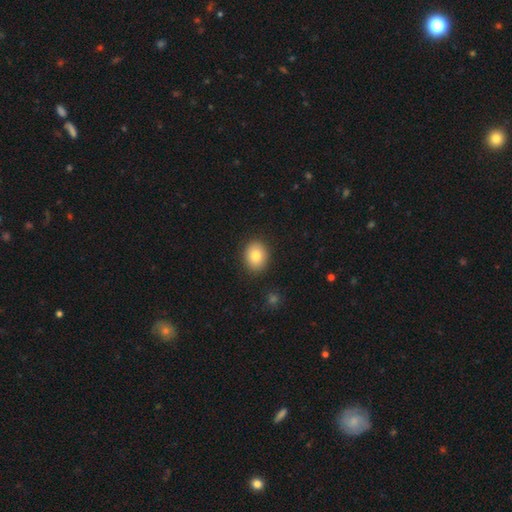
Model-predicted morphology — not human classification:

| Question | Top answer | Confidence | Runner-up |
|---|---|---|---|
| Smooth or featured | smooth | 81% | featured or disk (10%) |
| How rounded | round | 57% | in between (42%) |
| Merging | none | 89% | minor disturbance (8%) |